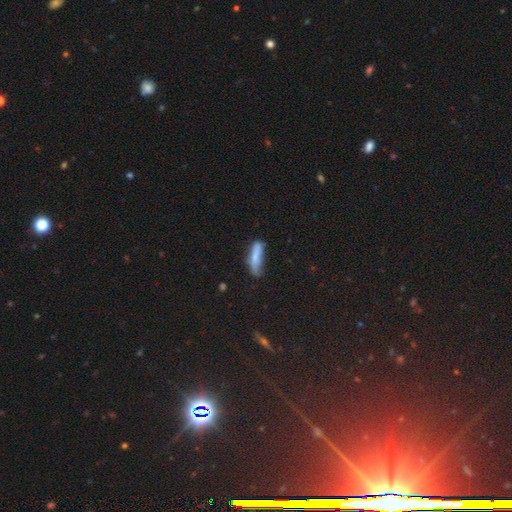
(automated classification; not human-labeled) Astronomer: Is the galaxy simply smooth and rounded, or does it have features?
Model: smooth — 71%.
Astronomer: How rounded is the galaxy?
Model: cigar-shaped — 61% (runner-up: in between, 37%).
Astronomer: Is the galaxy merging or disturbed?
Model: none — 52% (runner-up: minor disturbance, 32%).